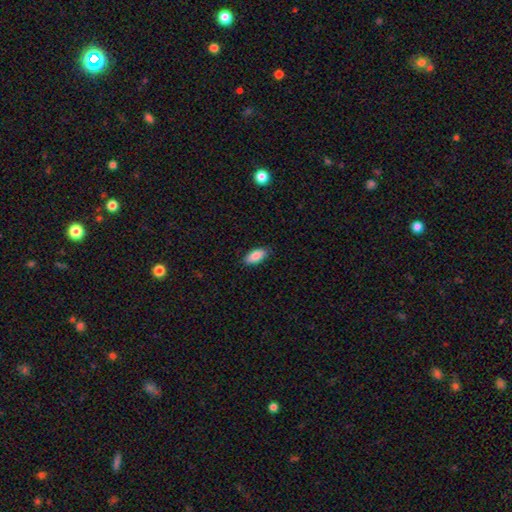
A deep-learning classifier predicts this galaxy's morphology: This appears to be a smooth galaxy with no disk features (86%) that is in between round and cigar-shaped (90%). Merging: none (87%).